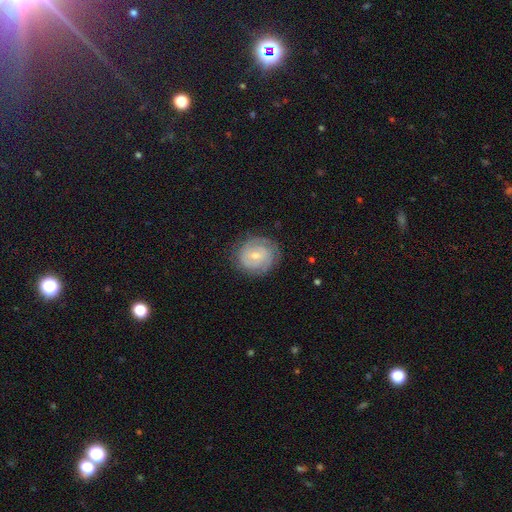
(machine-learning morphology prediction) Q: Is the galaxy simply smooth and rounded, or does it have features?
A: featured or disk — 60%.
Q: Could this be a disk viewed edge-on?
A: no — 97%.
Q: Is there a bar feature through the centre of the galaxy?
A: no — 55%.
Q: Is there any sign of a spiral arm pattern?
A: yes — 78%.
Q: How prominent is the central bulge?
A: small — 56%.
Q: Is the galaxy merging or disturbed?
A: none — 79%.